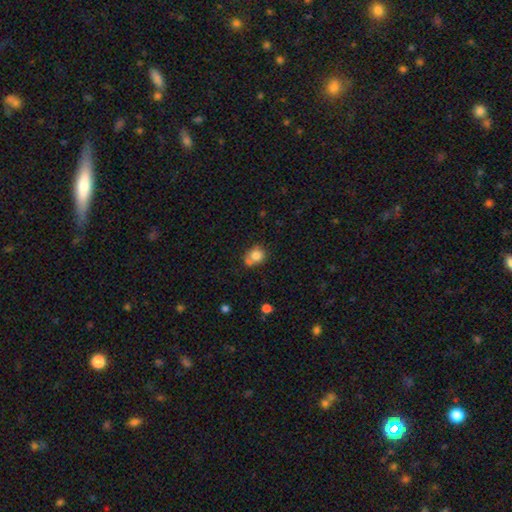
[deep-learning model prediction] Smooth or featured? smooth (79%)
How rounded? round (66%)
Merging? none (46%)